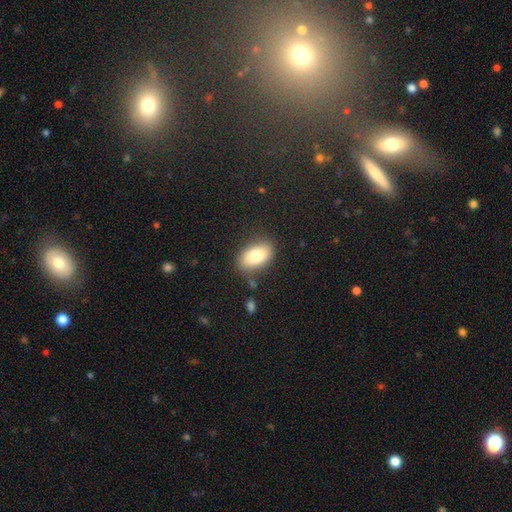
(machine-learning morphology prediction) Smooth or featured? smooth (82%)
How rounded? in between (91%)
Merging? none (79%)